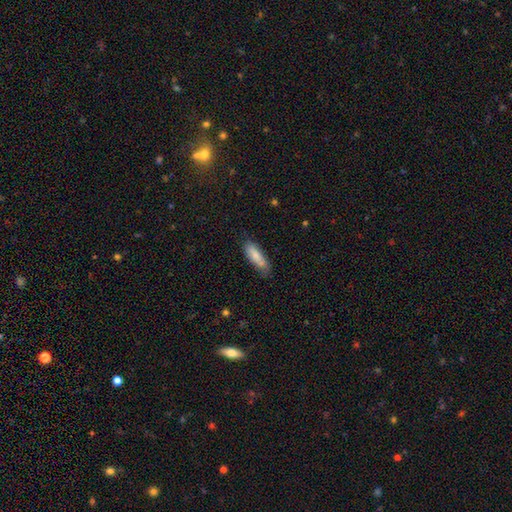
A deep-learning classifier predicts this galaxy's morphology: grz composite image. It shows a smooth galaxy with no disk features (81%) that is cigar-shaped (52%). Merging: none (68%).